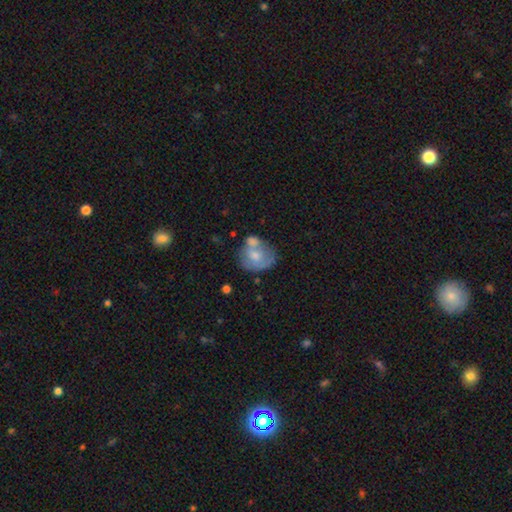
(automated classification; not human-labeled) A smooth galaxy with no disk features (59%) that is round (57%).

Vote fractions:
- Smooth or featured? smooth: 59% / featured or disk: 34% / star or artifact: 7%
- How rounded? round: 57% / in between: 42% / cigar-shaped: 1%
- Merging? merger: 37% / none: 31% / minor disturbance: 20% / major disturbance: 12%